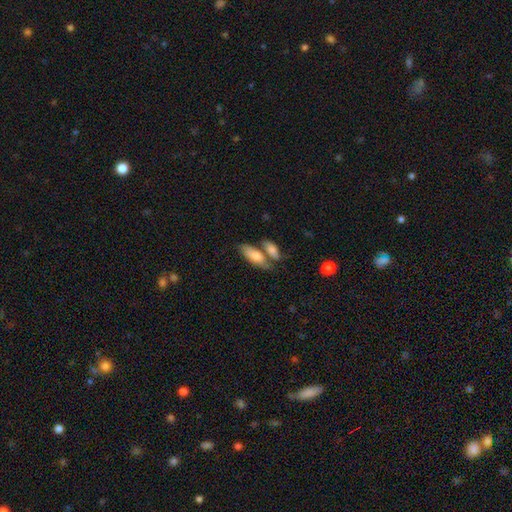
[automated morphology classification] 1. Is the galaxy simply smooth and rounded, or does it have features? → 76% smooth, 18% featured or disk, 6% star or artifact.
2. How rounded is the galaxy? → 77% in between, 20% cigar-shaped, 3% round.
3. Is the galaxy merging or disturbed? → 43% merger, 41% none, 12% minor disturbance, 5% major disturbance.